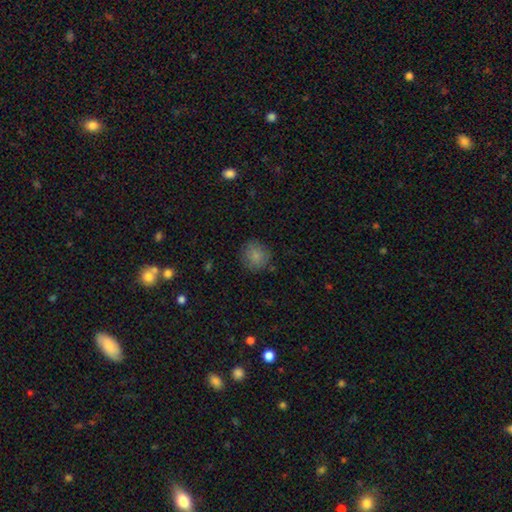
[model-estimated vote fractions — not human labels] Morphology: type=smooth (84%); roundness=round (89%); merging=none (84%).